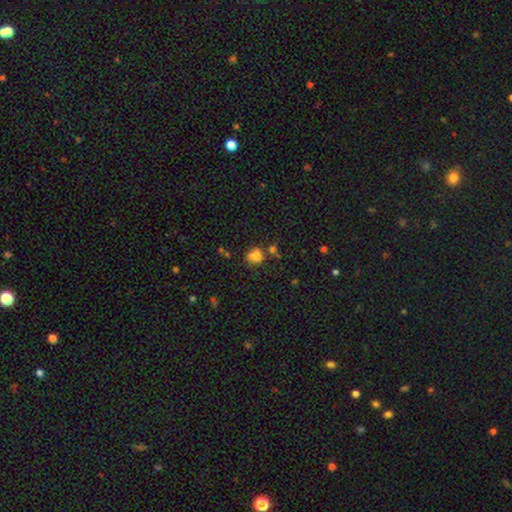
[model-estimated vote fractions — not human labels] Q: Smooth or featured?
A: smooth (74%); runner-up: star or artifact (16%)
Q: How rounded?
A: round (63%); runner-up: in between (35%)
Q: Merging?
A: none (49%); runner-up: minor disturbance (21%)